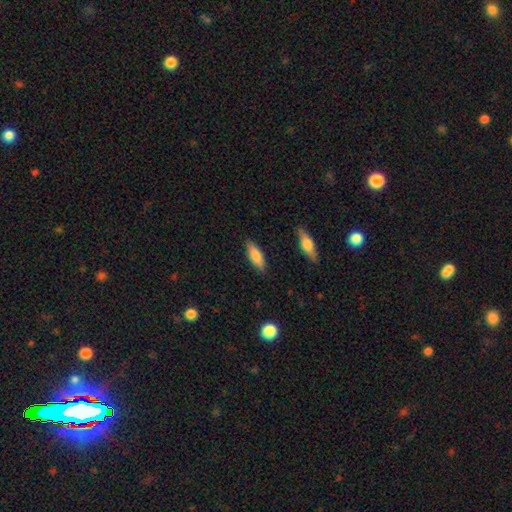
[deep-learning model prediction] Smooth or featured? smooth (78%)
How rounded? in between (63%)
Merging? none (85%)